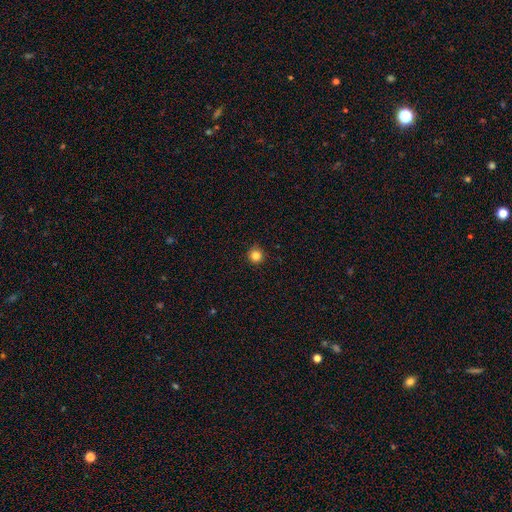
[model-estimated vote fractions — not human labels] A smooth galaxy with no disk features (84%) that is round (94%). Merging: none (90%).